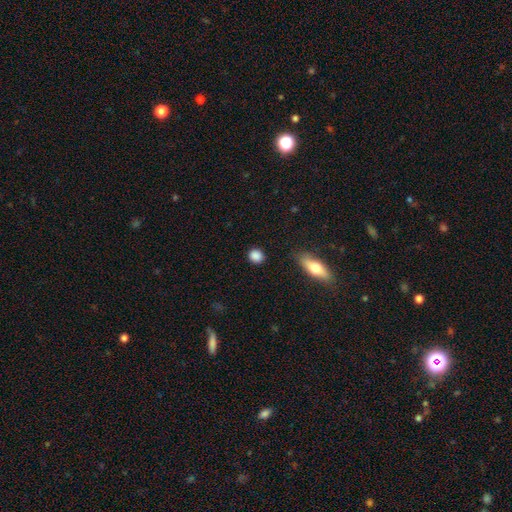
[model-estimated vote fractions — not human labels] A smooth galaxy with no disk features (87%) that is round (80%).

Vote fractions:
- Smooth or featured? smooth: 87% / star or artifact: 8% / featured or disk: 5%
- How rounded? round: 80% / in between: 17% / cigar-shaped: 3%
- Merging? none: 87% / minor disturbance: 8% / major disturbance: 2% / merger: 2%